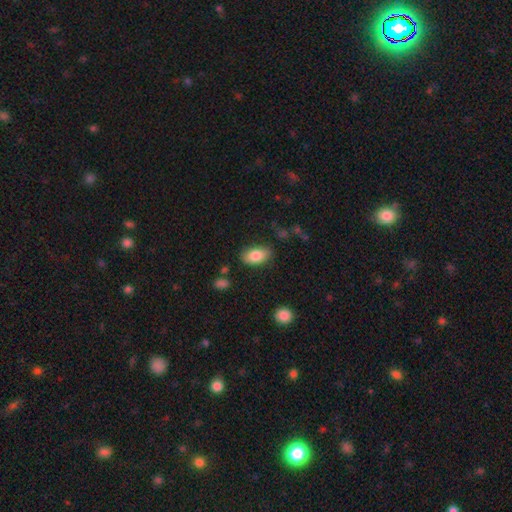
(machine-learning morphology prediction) A smooth galaxy with no disk features (84%) that is in between round and cigar-shaped (93%).

Vote fractions:
- Smooth or featured? smooth: 84% / featured or disk: 9% / star or artifact: 7%
- How rounded? in between: 93% / round: 5% / cigar-shaped: 2%
- Merging? none: 81% / minor disturbance: 13% / major disturbance: 3% / merger: 2%